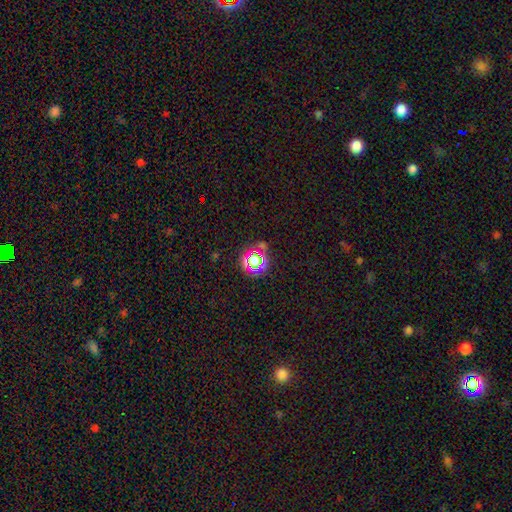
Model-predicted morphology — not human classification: star or artifact 69%, smooth 21%, featured or disk 9%.